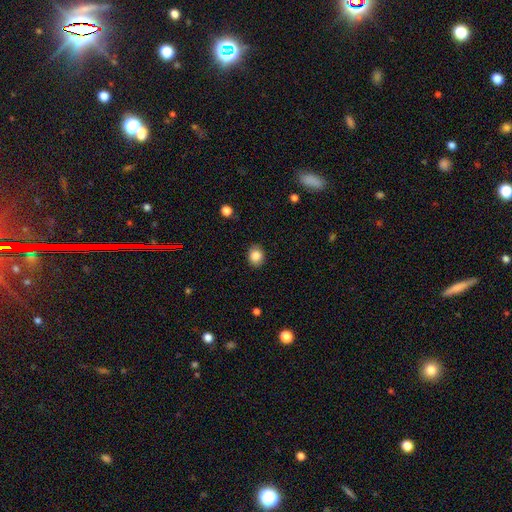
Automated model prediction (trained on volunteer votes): Smooth or featured?
  - smooth: 86% *
  - star or artifact: 9%
  - featured or disk: 5%
How rounded?
  - round: 59% *
  - in between: 41%
  - cigar-shaped: 1%
Merging?
  - none: 88% *
  - minor disturbance: 9%
  - major disturbance: 2%
  - merger: 1%